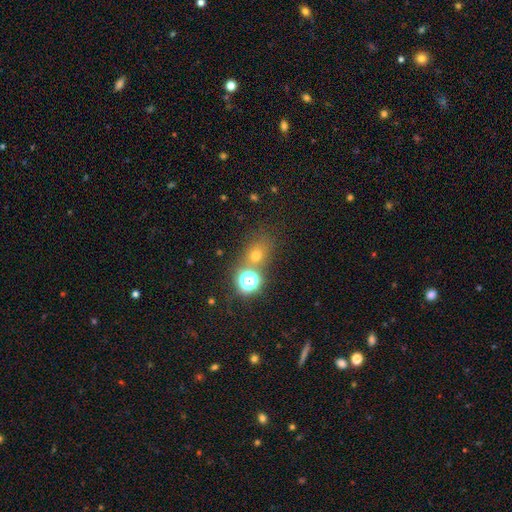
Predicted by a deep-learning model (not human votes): Smooth or featured? Predicted: smooth (p=0.57). How rounded? Predicted: round (p=0.65). Merging? Predicted: none (p=0.65).